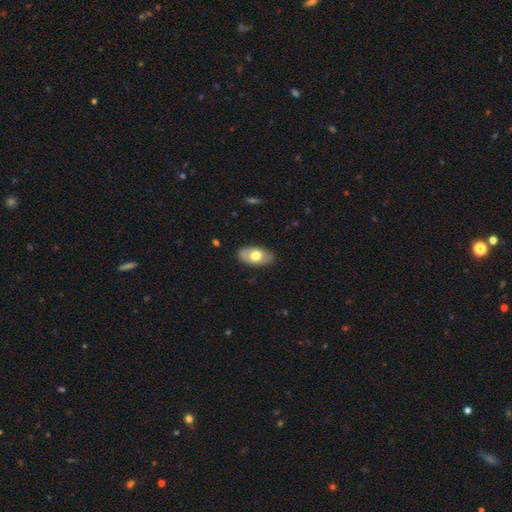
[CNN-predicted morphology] smooth 63%, featured or disk 32%, star or artifact 5%. Down the decision tree: how rounded — in between (93%); merging — none (84%).